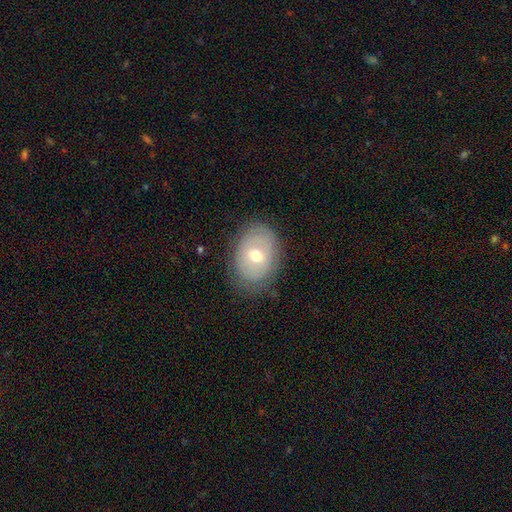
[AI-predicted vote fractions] Morphology: type=smooth (52%); roundness=in between (70%); merging=none (77%).